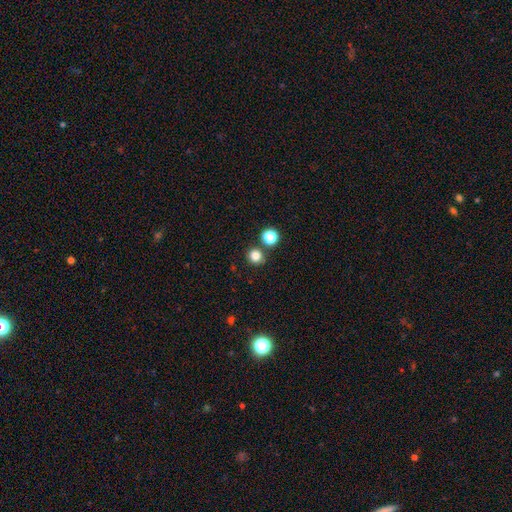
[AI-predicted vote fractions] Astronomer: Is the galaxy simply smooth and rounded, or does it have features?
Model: smooth — 81%.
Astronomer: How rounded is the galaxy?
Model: round — 92%.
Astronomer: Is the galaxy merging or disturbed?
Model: none — 81%.